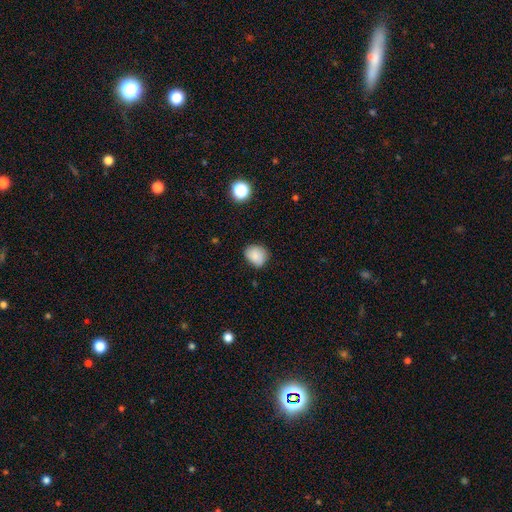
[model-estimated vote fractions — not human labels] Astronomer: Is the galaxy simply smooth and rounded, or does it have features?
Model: smooth — 84%.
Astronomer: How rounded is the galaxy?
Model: round — 65%.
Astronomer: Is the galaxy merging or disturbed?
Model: none — 73%.